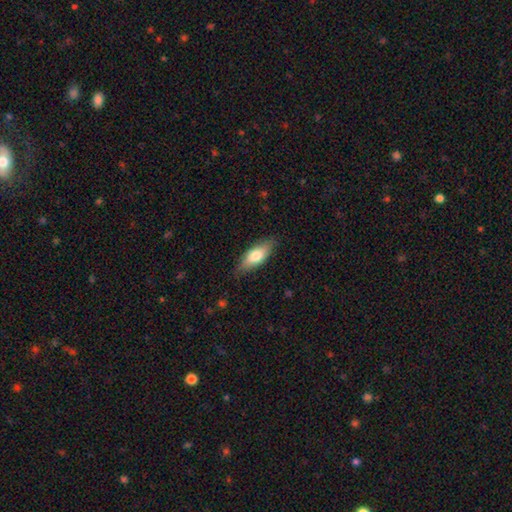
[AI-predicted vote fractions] Q: Smooth or featured?
A: smooth (72%); runner-up: featured or disk (22%)
Q: How rounded?
A: in between (73%); runner-up: cigar-shaped (25%)
Q: Merging?
A: none (81%); runner-up: minor disturbance (15%)